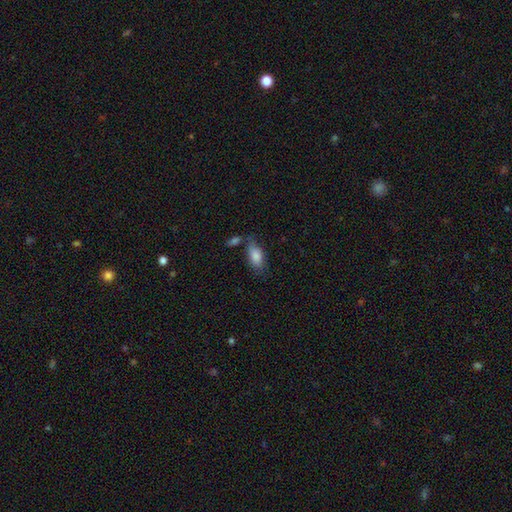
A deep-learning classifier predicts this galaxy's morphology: Smooth or featured? smooth (83%)
How rounded? in between (88%)
Merging? none (59%)